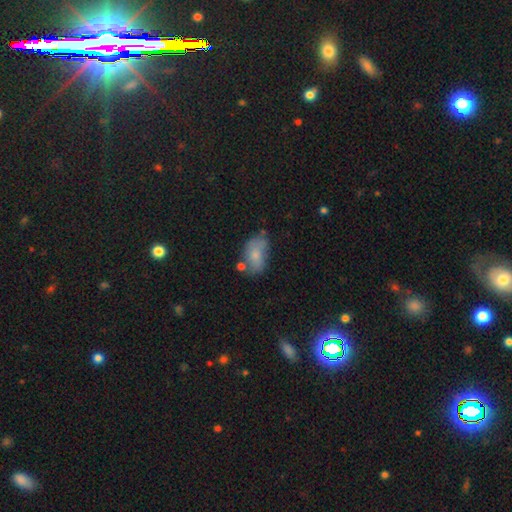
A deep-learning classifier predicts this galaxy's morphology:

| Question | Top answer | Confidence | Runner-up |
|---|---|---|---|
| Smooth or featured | smooth | 70% | featured or disk (23%) |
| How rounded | in between | 89% | round (9%) |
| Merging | none | 49% | minor disturbance (28%) |